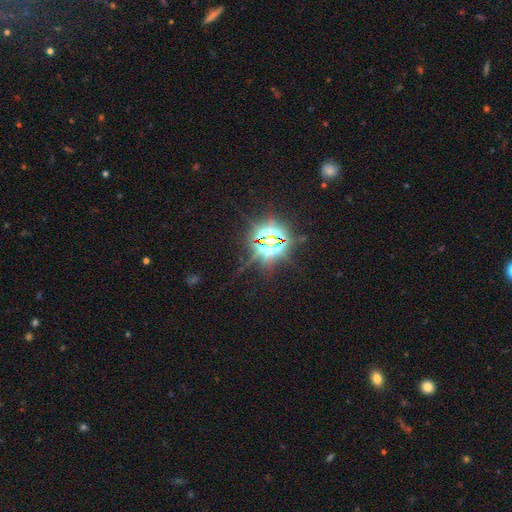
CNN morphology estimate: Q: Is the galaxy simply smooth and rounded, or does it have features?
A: star or artifact — 83%.